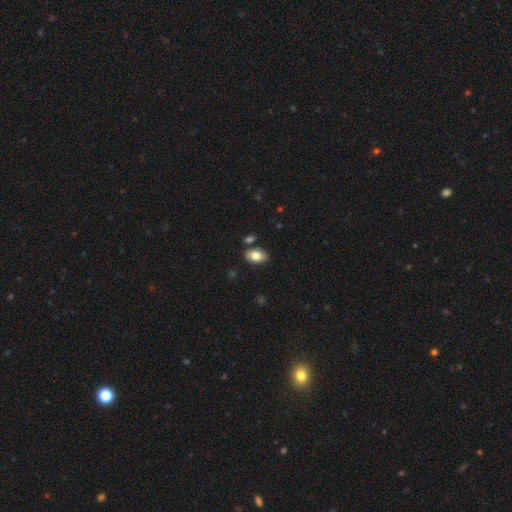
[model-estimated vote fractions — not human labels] A smooth galaxy with no disk features (80%) that is in between round and cigar-shaped (91%). Merging: none (82%).